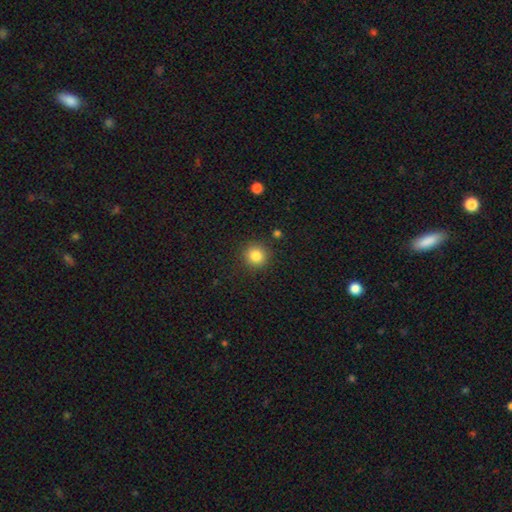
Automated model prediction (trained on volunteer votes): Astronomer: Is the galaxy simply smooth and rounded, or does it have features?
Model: smooth — 84%.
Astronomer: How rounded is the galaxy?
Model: round — 92%.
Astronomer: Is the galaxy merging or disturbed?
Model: none — 89%.